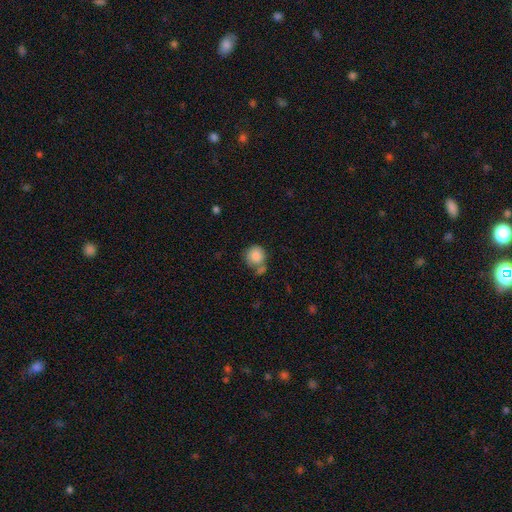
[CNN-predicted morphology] smooth 86%, star or artifact 8%, featured or disk 6%. Down the decision tree: how rounded — round (90%); merging — none (60%).